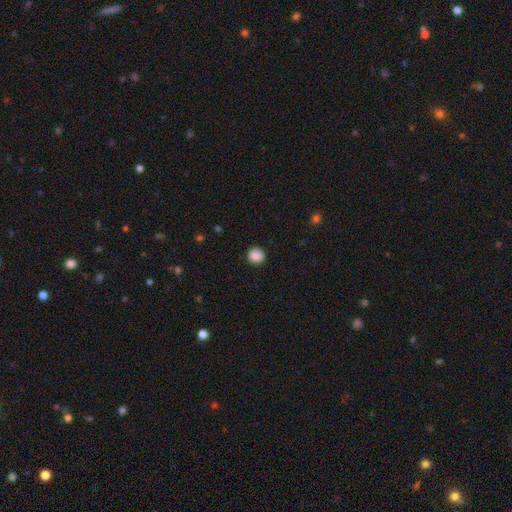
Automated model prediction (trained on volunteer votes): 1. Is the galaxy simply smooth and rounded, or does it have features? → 89% smooth, 9% star or artifact, 2% featured or disk.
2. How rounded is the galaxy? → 91% round, 8% in between, 1% cigar-shaped.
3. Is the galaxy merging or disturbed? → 91% none, 6% minor disturbance, 2% major disturbance, 1% merger.